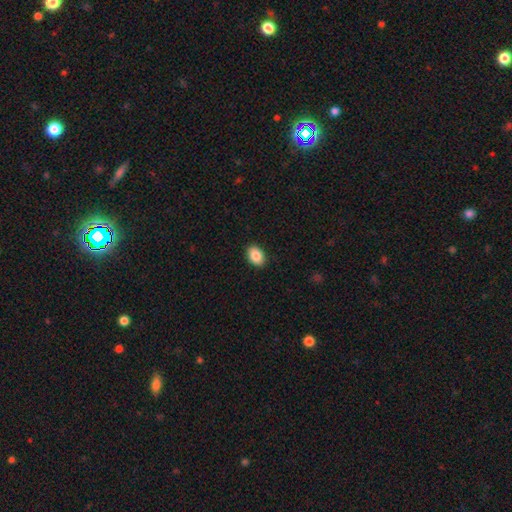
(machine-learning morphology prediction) This appears to be a smooth galaxy with no disk features (87%) that is in between round and cigar-shaped (81%). Merging: none (91%).